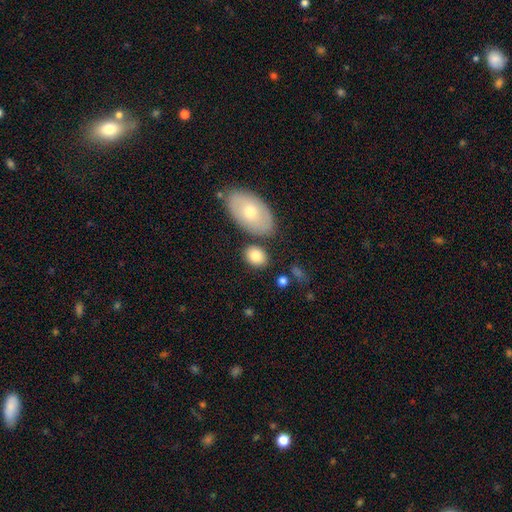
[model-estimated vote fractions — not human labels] smooth 81%, featured or disk 12%, star or artifact 7%. Down the decision tree: how rounded — in between (73%); merging — none (72%).